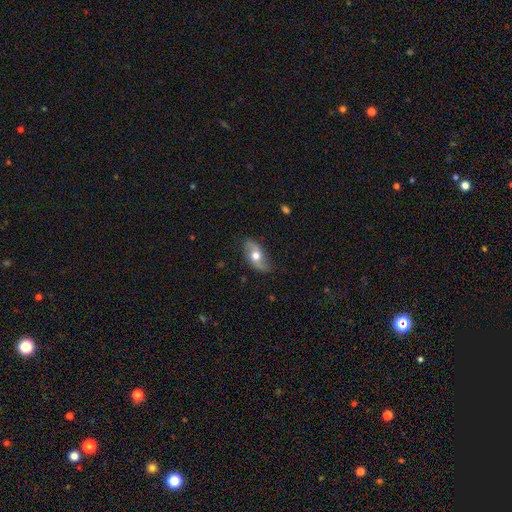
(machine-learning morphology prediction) A featured or disk galaxy (64%) with no bar (68%), spiral arms (83%) and a moderate central bulge (72%).

Vote fractions:
- Smooth or featured? featured or disk: 64% / smooth: 30% / star or artifact: 6%
- Edge-on disk? no: 87% / yes: 13%
- Bar? no: 68% / weak: 25% / strong: 8%
- Spiral arms? yes: 83% / no: 17%
- Bulge size? moderate: 72% / large: 19% / small: 7% / dominant: 1% / none: 1%
- Merging? none: 80% / minor disturbance: 15% / major disturbance: 4% / merger: 1%